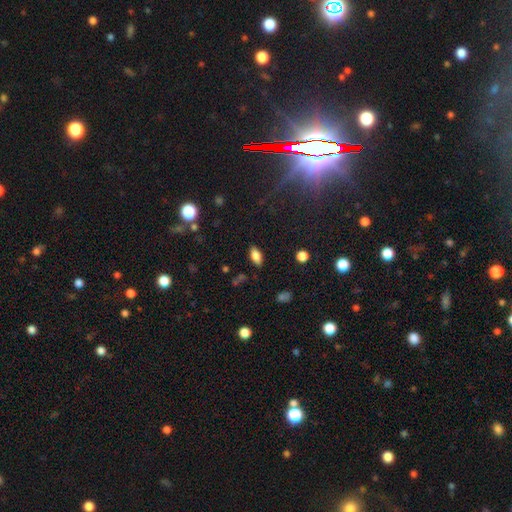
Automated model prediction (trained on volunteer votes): A smooth galaxy with no disk features (80%) that is in between round and cigar-shaped (89%).

Vote fractions:
- Smooth or featured? smooth: 80% / featured or disk: 11% / star or artifact: 9%
- How rounded? in between: 89% / cigar-shaped: 7% / round: 3%
- Merging? none: 85% / minor disturbance: 11% / major disturbance: 3% / merger: 2%